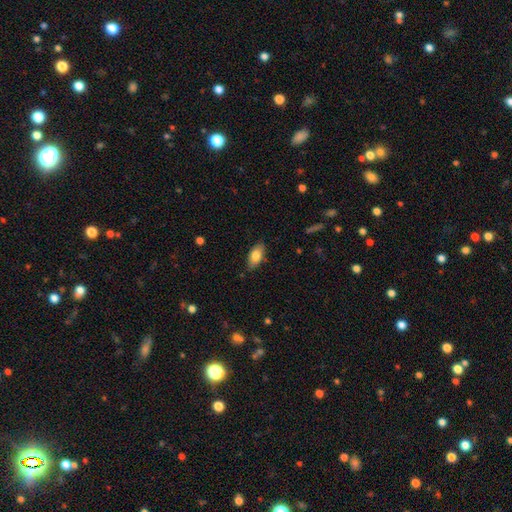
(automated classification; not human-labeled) Smooth or featured?
  - smooth: 81% *
  - featured or disk: 12%
  - star or artifact: 7%
How rounded?
  - in between: 90% *
  - cigar-shaped: 7%
  - round: 3%
Merging?
  - none: 82% *
  - minor disturbance: 14%
  - major disturbance: 2%
  - merger: 1%